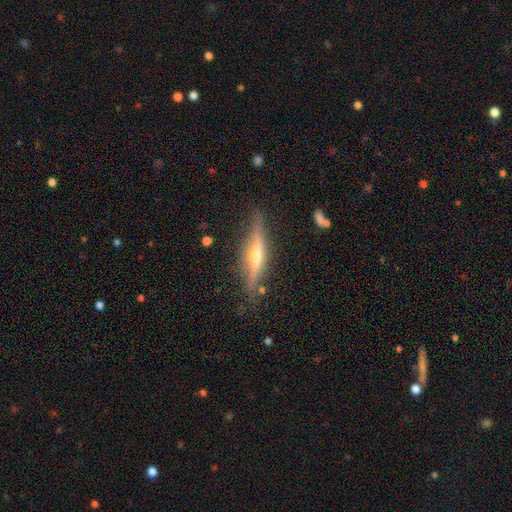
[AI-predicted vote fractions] Smooth or featured?
  - featured or disk: 76% *
  - smooth: 18%
  - star or artifact: 6%
Edge-on disk?
  - yes: 96% *
  - no: 4%
Edge-on bulge?
  - rounded: 83% *
  - none: 10%
  - boxy: 7%
Merging?
  - none: 84% *
  - minor disturbance: 12%
  - major disturbance: 3%
  - merger: 2%